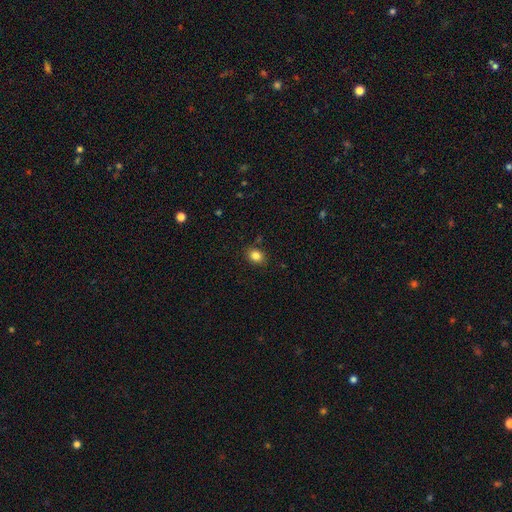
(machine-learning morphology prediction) smooth 84%, star or artifact 11%, featured or disk 6%. Down the decision tree: how rounded — round (50%); merging — none (85%).